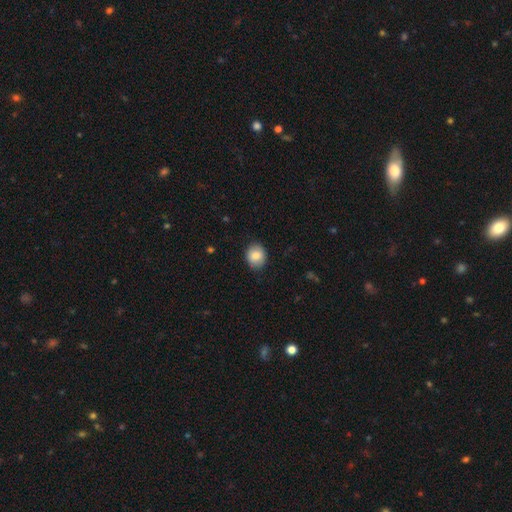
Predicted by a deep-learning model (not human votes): Smooth or featured? Predicted: smooth (p=0.83). How rounded? Predicted: round (p=0.64). Merging? Predicted: none (p=0.86).